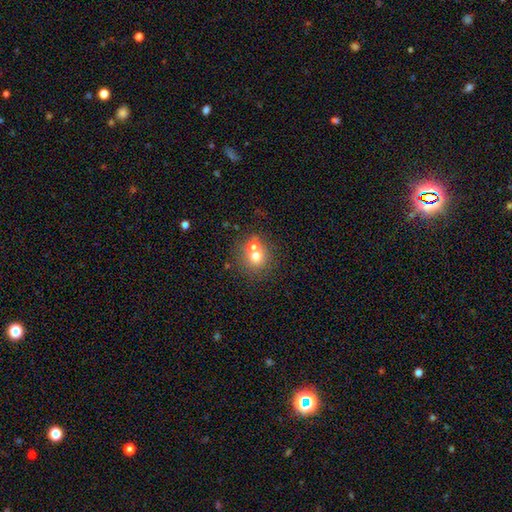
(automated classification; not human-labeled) Morphology: type=smooth (66%); roundness=round (81%); merging=merger (52%).